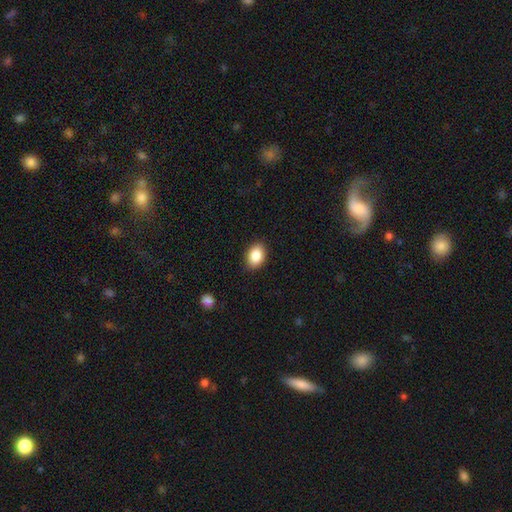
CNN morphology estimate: smooth_or_featured: smooth (p=0.87) [alt: star or artifact p=0.08]
how_rounded: in between (p=0.78) [alt: round p=0.21]
merging: none (p=0.89) [alt: minor disturbance p=0.08]